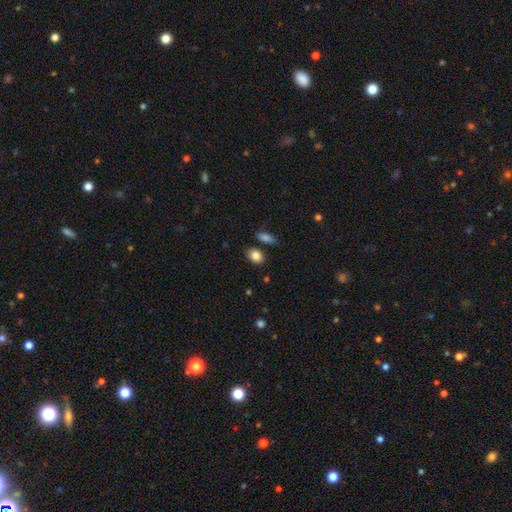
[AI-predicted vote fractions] The model was most divided on "how rounded": in between: 74%, round: 24%, cigar-shaped: 2%. More confident: smooth or featured — smooth (85%); merging — none (81%).